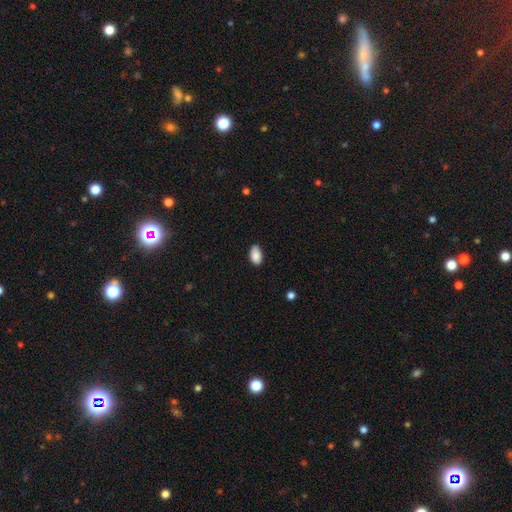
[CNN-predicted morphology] type=smooth (89%); roundness=in between (94%); merging=none (78%).